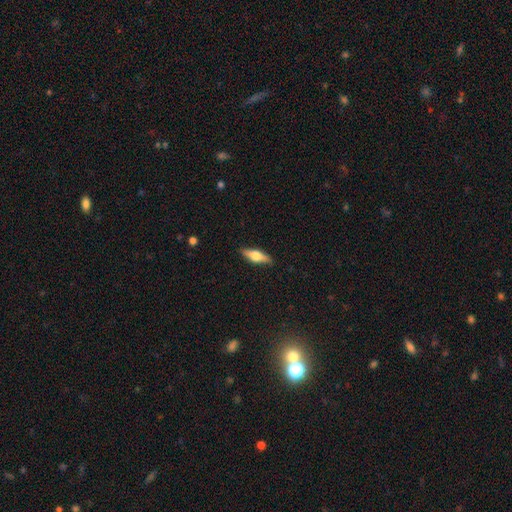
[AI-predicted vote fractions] A smooth galaxy with no disk features (48%).

Vote fractions:
- Smooth or featured? smooth: 48% / featured or disk: 46% / star or artifact: 6%
- Merging? none: 87% / minor disturbance: 10% / major disturbance: 2% / merger: 1%